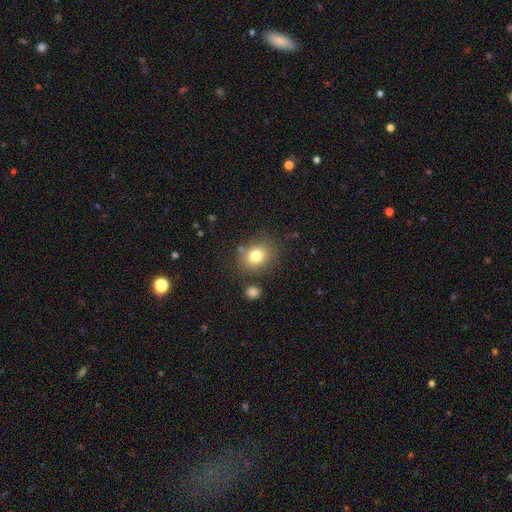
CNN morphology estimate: smooth_or_featured: smooth (p=0.78) [alt: star or artifact p=0.12]
how_rounded: round (p=0.64) [alt: in between p=0.35]
merging: none (p=0.77) [alt: minor disturbance p=0.12]